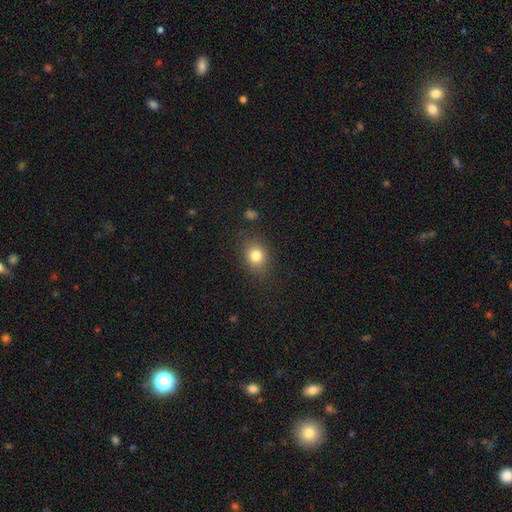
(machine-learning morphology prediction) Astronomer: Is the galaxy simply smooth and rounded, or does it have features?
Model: smooth — 80%.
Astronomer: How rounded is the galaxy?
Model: round — 52% (runner-up: in between, 47%).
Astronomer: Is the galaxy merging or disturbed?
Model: none — 82%.